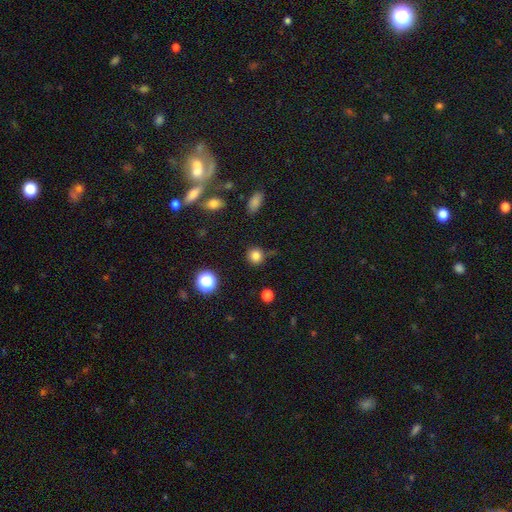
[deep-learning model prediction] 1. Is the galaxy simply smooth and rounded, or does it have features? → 82% smooth, 13% star or artifact, 5% featured or disk.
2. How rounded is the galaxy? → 90% round, 8% in between, 1% cigar-shaped.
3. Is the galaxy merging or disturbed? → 83% none, 11% minor disturbance, 3% merger, 3% major disturbance.